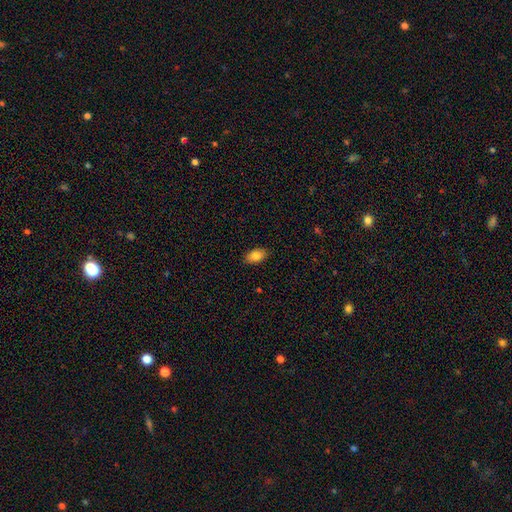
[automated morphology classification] Q: Smooth or featured?
A: smooth (84%); runner-up: featured or disk (8%)
Q: How rounded?
A: in between (91%); runner-up: round (7%)
Q: Merging?
A: none (88%); runner-up: minor disturbance (9%)